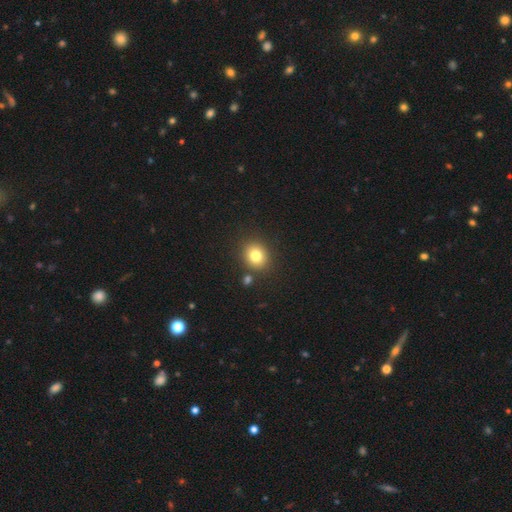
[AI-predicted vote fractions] Smooth or featured? Predicted: smooth (p=0.80). How rounded? Predicted: round (p=0.72). Merging? Predicted: none (p=0.83).